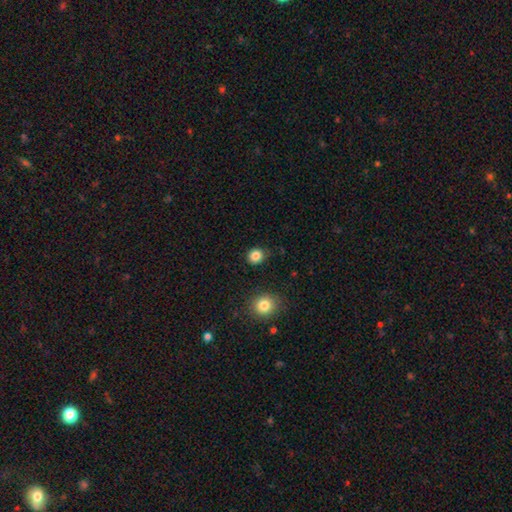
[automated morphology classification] type=smooth (84%); roundness=round (79%); merging=none (86%).